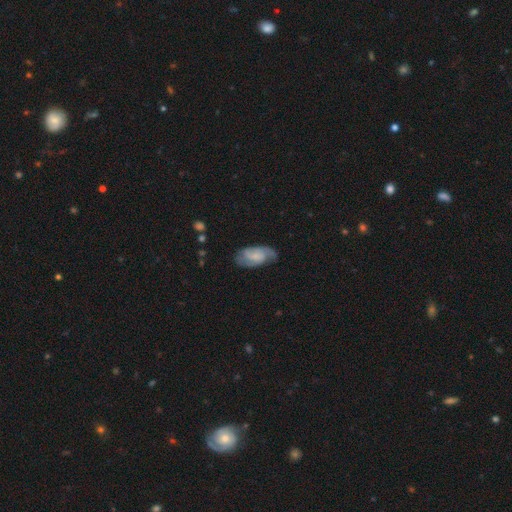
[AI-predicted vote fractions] This appears to be a featured or disk galaxy (66%) with no bar (49%), 2 (72%) medium (45%) spiral arms (92%) and a small central bulge (49%). Merging: none (66%).